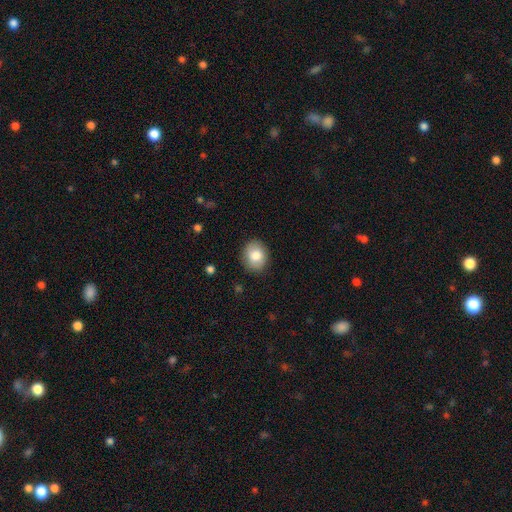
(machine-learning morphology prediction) Smooth or featured?
  - smooth: 82% *
  - featured or disk: 11%
  - star or artifact: 8%
How rounded?
  - round: 61% *
  - in between: 38%
  - cigar-shaped: 1%
Merging?
  - none: 88% *
  - minor disturbance: 9%
  - major disturbance: 2%
  - merger: 1%